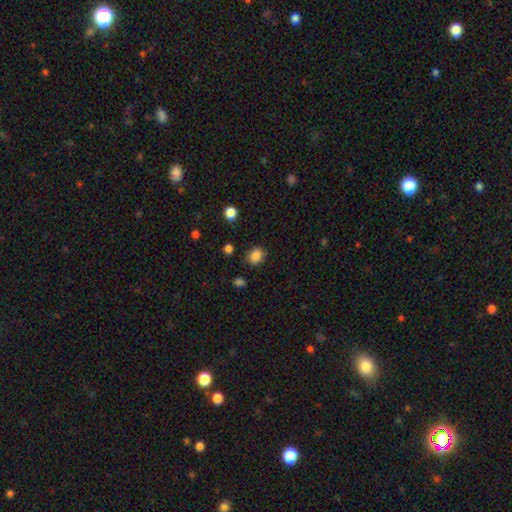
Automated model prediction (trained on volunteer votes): Smooth or featured: smooth — 85% (star or artifact — 11%)
How rounded: round — 53% (in between — 46%)
Merging: none — 80% (minor disturbance — 14%)